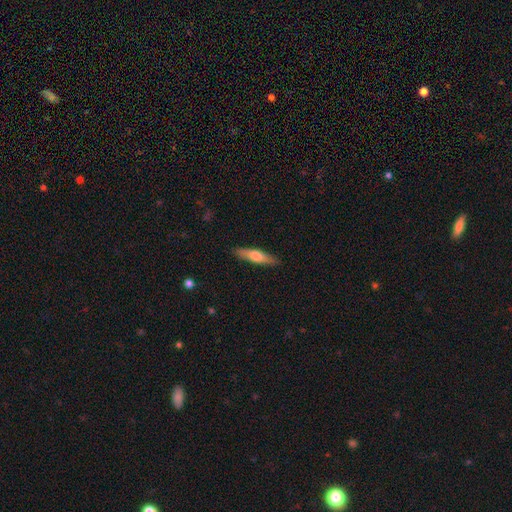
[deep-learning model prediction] Q: Smooth or featured?
A: smooth (58%); runner-up: featured or disk (37%)
Q: How rounded?
A: cigar-shaped (76%); runner-up: in between (22%)
Q: Merging?
A: none (88%); runner-up: minor disturbance (9%)